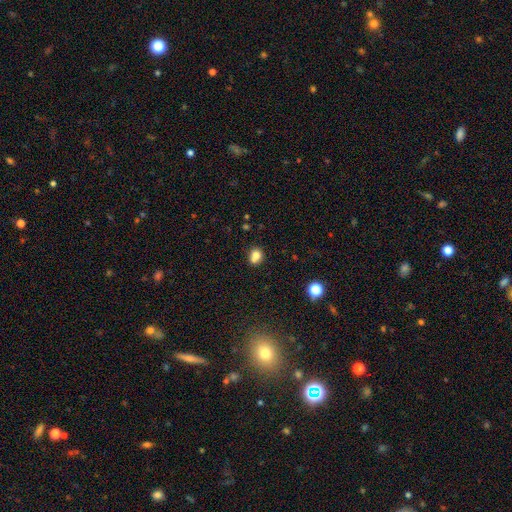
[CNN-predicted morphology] Smooth or featured: smooth — 76% (star or artifact — 13%)
How rounded: round — 68% (in between — 31%)
Merging: none — 50% (merger — 33%)